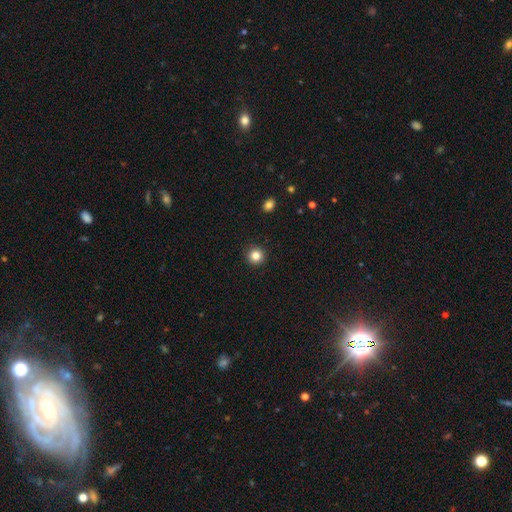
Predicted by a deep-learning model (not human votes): Q: Smooth or featured?
A: smooth (83%); runner-up: star or artifact (12%)
Q: How rounded?
A: round (95%); runner-up: in between (4%)
Q: Merging?
A: none (93%); runner-up: minor disturbance (4%)